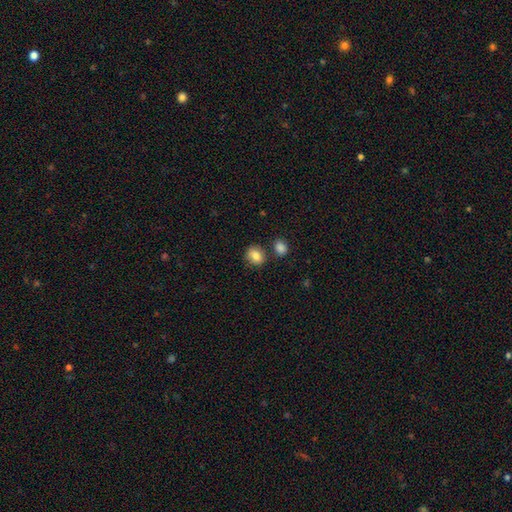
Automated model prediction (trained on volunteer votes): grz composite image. It shows a smooth galaxy with no disk features (83%) that is round (60%). Merging: none (72%).